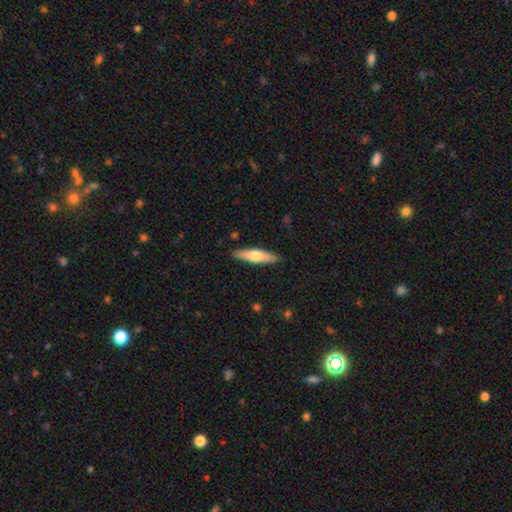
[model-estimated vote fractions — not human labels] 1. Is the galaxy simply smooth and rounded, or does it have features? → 56% smooth, 39% featured or disk, 5% star or artifact.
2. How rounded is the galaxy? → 76% cigar-shaped, 23% in between, 2% round.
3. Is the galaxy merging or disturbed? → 89% none, 8% minor disturbance, 2% major disturbance, 1% merger.